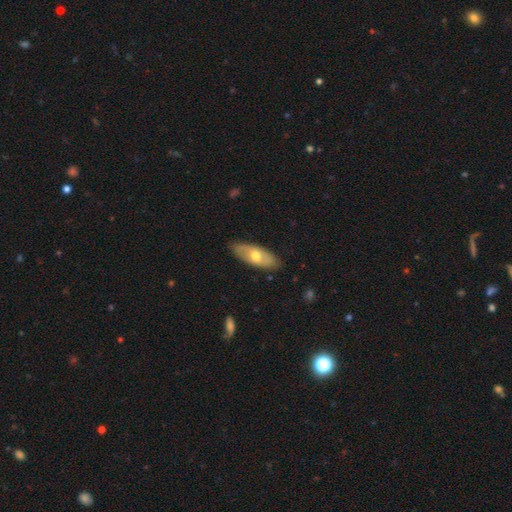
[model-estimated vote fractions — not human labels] Q: Smooth or featured?
A: smooth (56%); runner-up: featured or disk (38%)
Q: How rounded?
A: in between (82%); runner-up: cigar-shaped (16%)
Q: Merging?
A: none (85%); runner-up: minor disturbance (12%)